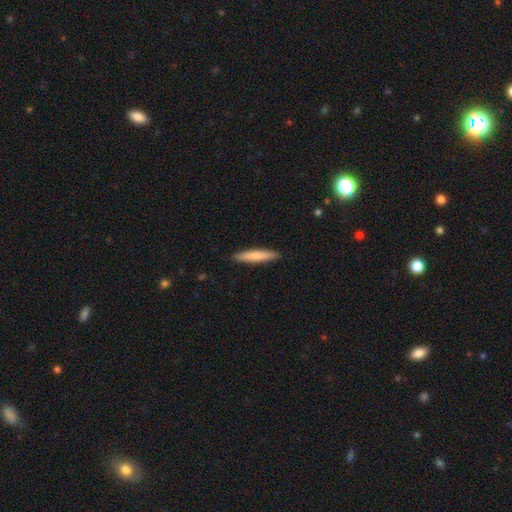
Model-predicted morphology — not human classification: A smooth galaxy with no disk features (76%) that is cigar-shaped (92%). Merging: none (92%).